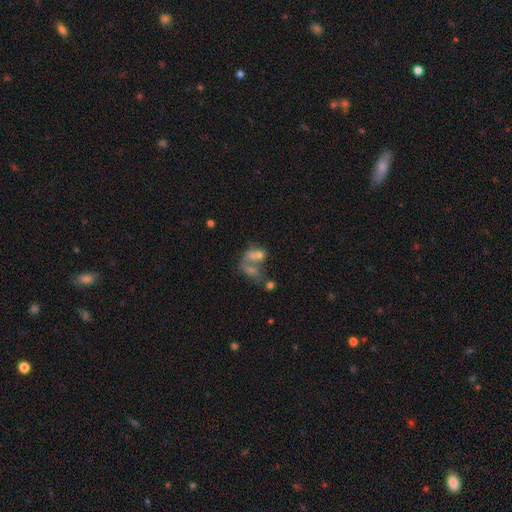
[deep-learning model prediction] Q: Smooth or featured?
A: smooth (56%); runner-up: featured or disk (29%)
Q: How rounded?
A: in between (67%); runner-up: round (30%)
Q: Merging?
A: merger (62%); runner-up: none (19%)